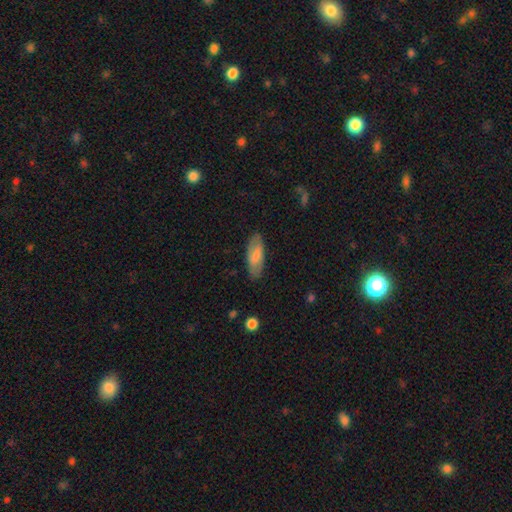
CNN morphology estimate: type=smooth (68%); roundness=in between (74%); merging=none (82%).